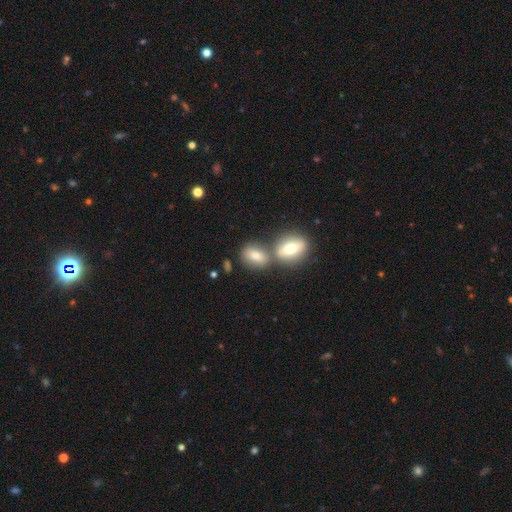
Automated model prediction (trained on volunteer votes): Overall: smooth (77%). How rounded: in between (73%). Merging: none (50%; merger 37%).